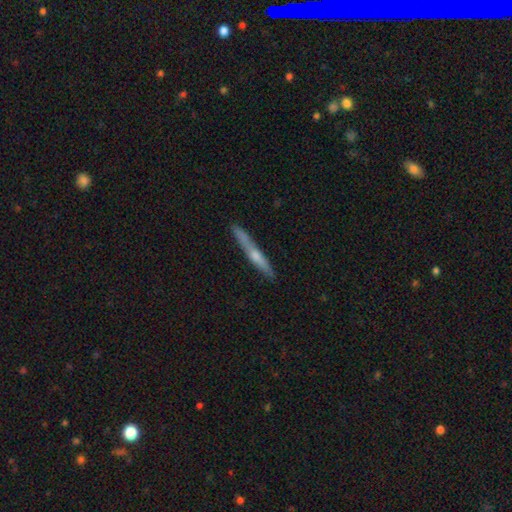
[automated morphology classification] This is possibly a featured or disk galaxy (48%). Merging: clearly none (84%).